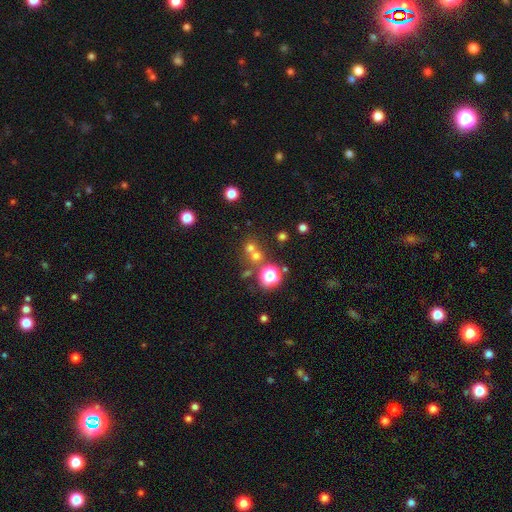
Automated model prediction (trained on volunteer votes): The model was most divided on "merging": none: 52%, merger: 37%, minor disturbance: 7%, major disturbance: 4%. More confident: how rounded — round (86%); smooth or featured — smooth (55%).